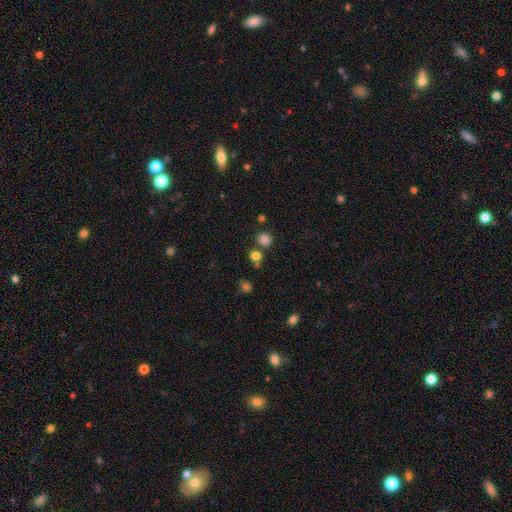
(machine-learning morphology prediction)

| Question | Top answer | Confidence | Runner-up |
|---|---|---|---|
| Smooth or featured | smooth | 78% | star or artifact (17%) |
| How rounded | round | 87% | in between (12%) |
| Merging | none | 73% | merger (15%) |